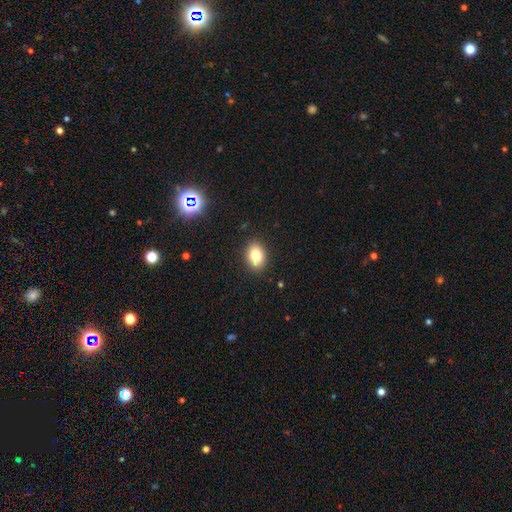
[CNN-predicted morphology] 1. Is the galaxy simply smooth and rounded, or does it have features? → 81% smooth, 10% star or artifact, 9% featured or disk.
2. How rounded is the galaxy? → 78% in between, 21% round, 1% cigar-shaped.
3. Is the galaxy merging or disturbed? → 89% none, 8% minor disturbance, 2% major disturbance, 1% merger.